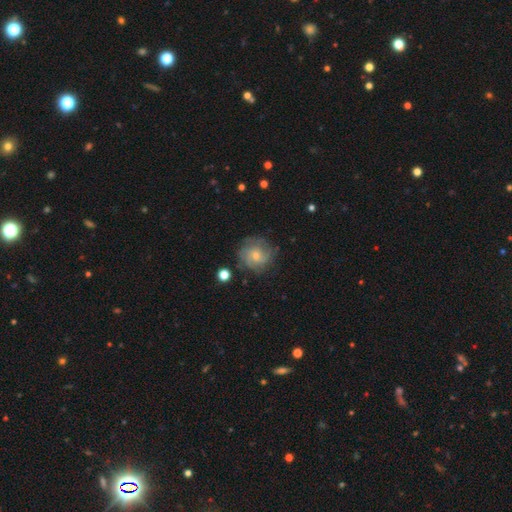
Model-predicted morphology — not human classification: smooth-or-featured: featured or disk: 67% | smooth: 25% | star or artifact: 8%
  disk-edge-on: no: 98% | yes: 2%
    bar: no: 74% | weak: 23% | strong: 3%
    has-spiral-arms: yes: 89% | no: 11%
      spiral-winding: tight: 55% | medium: 34% | loose: 11%
      spiral-arm-count: can't tell: 41% | 3: 19% | 2: 14% | 4: 14% | more than 4: 6% | 1: 6%
    bulge-size: small: 61% | moderate: 34% | none: 2% | large: 2% | dominant: 1%
  merging: none: 74% | minor disturbance: 17% | major disturbance: 7% | merger: 2%